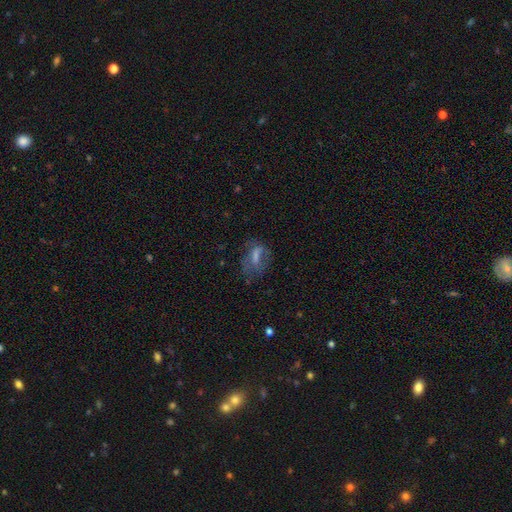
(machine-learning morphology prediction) smooth-or-featured: featured or disk: 43% | smooth: 37% | star or artifact: 20%
  merging: none: 52% | major disturbance: 24% | minor disturbance: 22% | merger: 3%